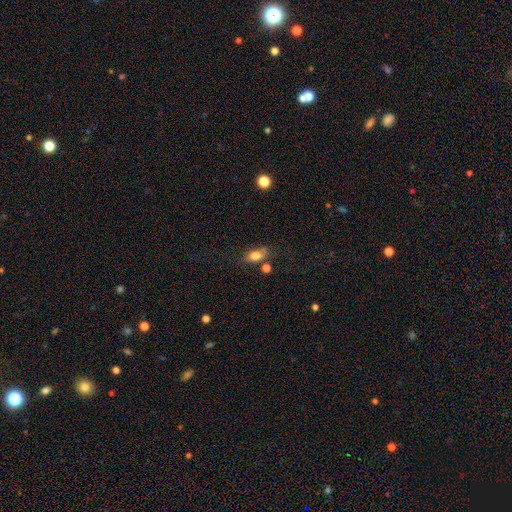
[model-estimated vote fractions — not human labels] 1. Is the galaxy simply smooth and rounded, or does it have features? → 75% smooth, 15% featured or disk, 9% star or artifact.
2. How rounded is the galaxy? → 82% in between, 10% round, 9% cigar-shaped.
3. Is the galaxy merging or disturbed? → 61% none, 22% minor disturbance, 10% merger, 7% major disturbance.